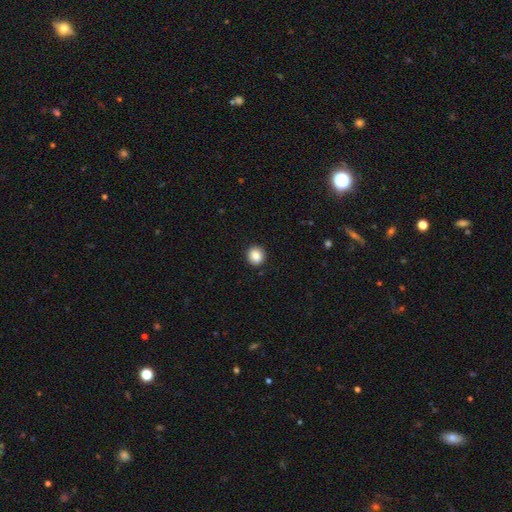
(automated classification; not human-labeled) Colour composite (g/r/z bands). It shows a smooth galaxy with no disk features (87%) that is round (90%). Merging: none (93%).